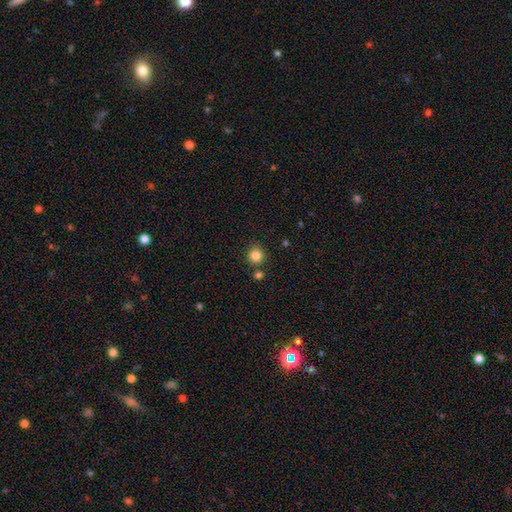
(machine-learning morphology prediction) Smooth or featured? Predicted: smooth (p=0.83). How rounded? Predicted: round (p=0.93). Merging? Predicted: none (p=0.83).